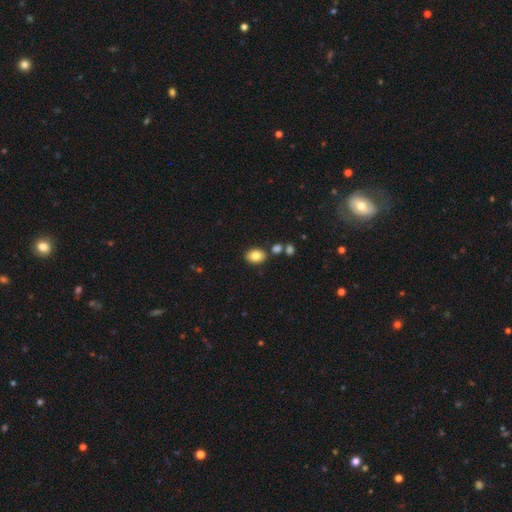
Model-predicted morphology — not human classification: Smooth or featured? Predicted: smooth (p=0.84). How rounded? Predicted: in between (p=0.71). Merging? Predicted: none (p=0.81).